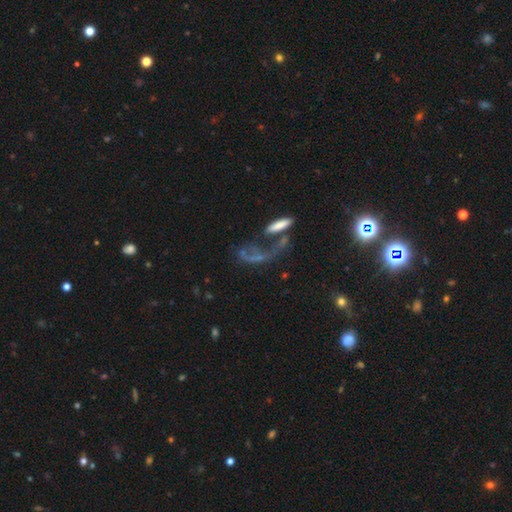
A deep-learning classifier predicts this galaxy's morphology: Smooth or featured? Predicted: featured or disk (p=0.46). Merging? Predicted: major disturbance (p=0.33).